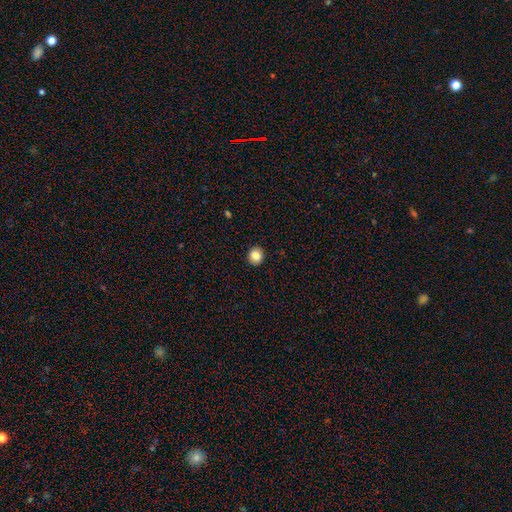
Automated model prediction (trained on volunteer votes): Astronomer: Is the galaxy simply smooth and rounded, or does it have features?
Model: smooth — 84%.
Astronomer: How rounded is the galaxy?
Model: round — 83%.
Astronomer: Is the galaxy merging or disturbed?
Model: none — 92%.